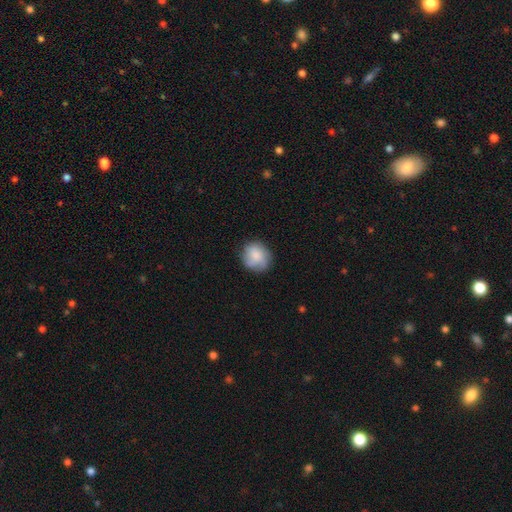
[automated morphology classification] Smooth or featured?
  - smooth: 76% *
  - featured or disk: 17%
  - star or artifact: 7%
How rounded?
  - round: 78% *
  - in between: 21%
  - cigar-shaped: 1%
Merging?
  - none: 74% *
  - minor disturbance: 19%
  - major disturbance: 5%
  - merger: 1%